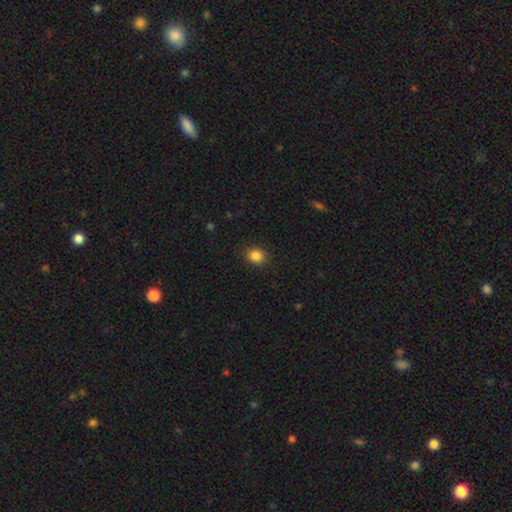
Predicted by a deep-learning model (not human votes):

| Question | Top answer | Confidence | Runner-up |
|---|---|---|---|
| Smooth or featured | smooth | 86% | star or artifact (10%) |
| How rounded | round | 56% | in between (43%) |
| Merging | none | 89% | minor disturbance (8%) |